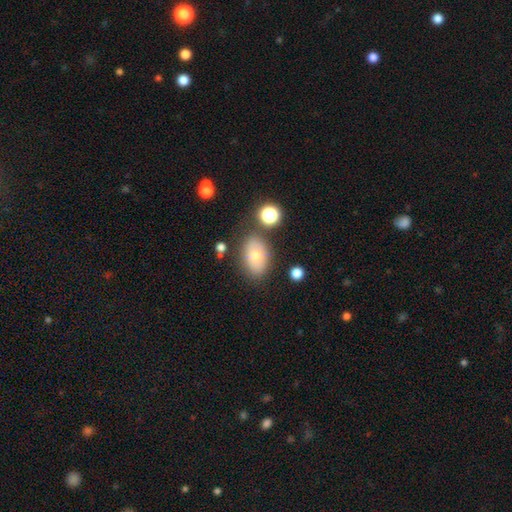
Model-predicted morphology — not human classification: Q: Smooth or featured?
A: smooth (67%); runner-up: featured or disk (23%)
Q: How rounded?
A: in between (83%); runner-up: round (16%)
Q: Merging?
A: none (73%); runner-up: minor disturbance (16%)